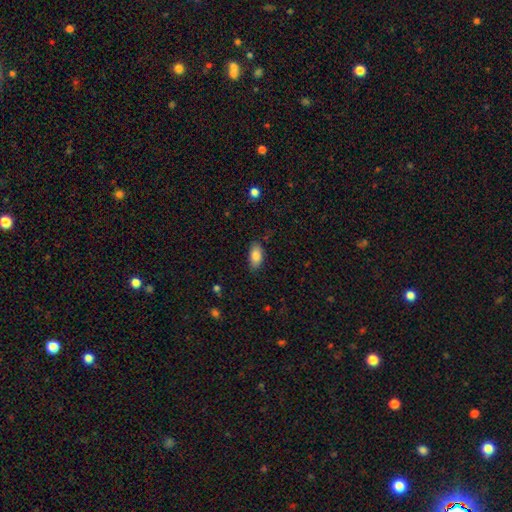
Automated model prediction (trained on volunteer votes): Smooth or featured?
  - smooth: 86% *
  - star or artifact: 7%
  - featured or disk: 7%
How rounded?
  - in between: 91% *
  - cigar-shaped: 5%
  - round: 3%
Merging?
  - none: 82% *
  - minor disturbance: 14%
  - major disturbance: 3%
  - merger: 1%